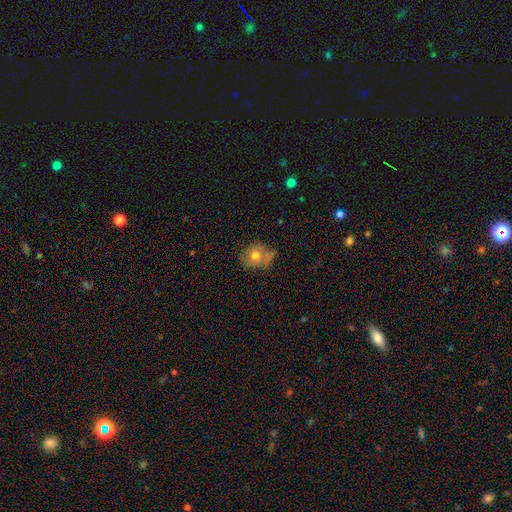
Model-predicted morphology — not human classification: Smooth or featured? smooth (68%)
How rounded? round (66%)
Merging? none (57%)